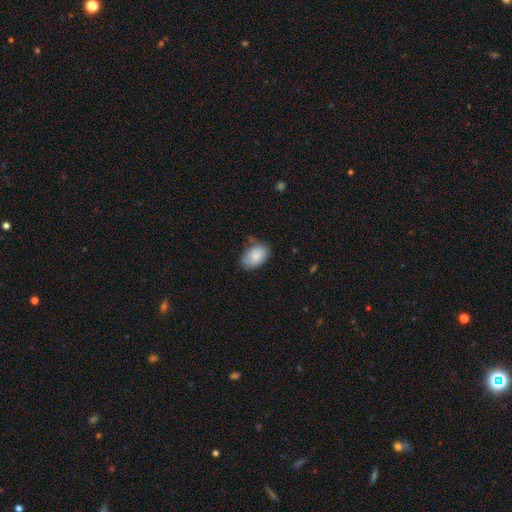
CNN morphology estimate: smooth 81%, featured or disk 12%, star or artifact 7%. Down the decision tree: how rounded — in between (88%); merging — none (63%).